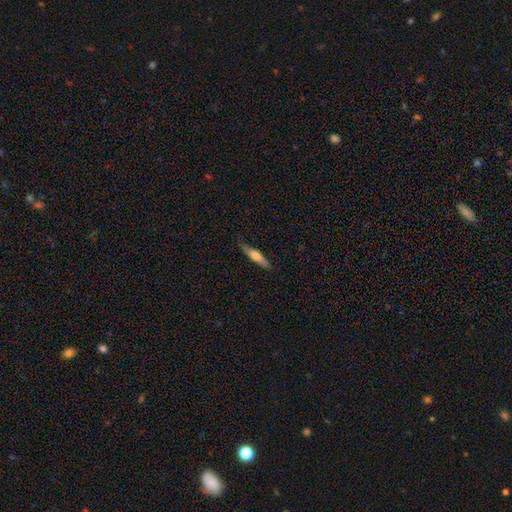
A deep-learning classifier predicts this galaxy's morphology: Smooth or featured: smooth — 61% (featured or disk — 33%)
How rounded: cigar-shaped — 82% (in between — 17%)
Merging: none — 78% (minor disturbance — 17%)